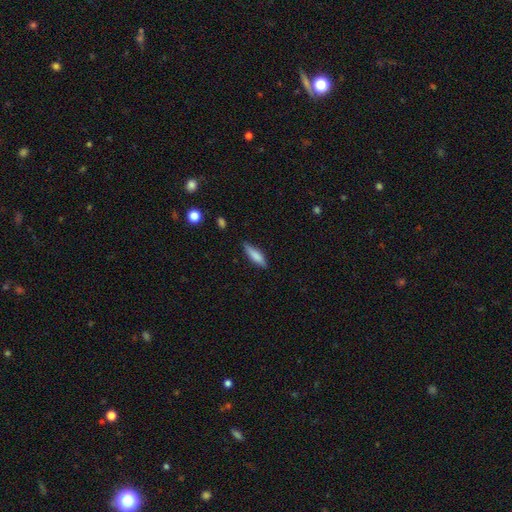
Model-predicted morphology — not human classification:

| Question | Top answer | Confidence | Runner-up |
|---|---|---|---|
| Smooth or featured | smooth | 75% | featured or disk (19%) |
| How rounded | cigar-shaped | 65% | in between (33%) |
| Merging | none | 82% | minor disturbance (14%) |